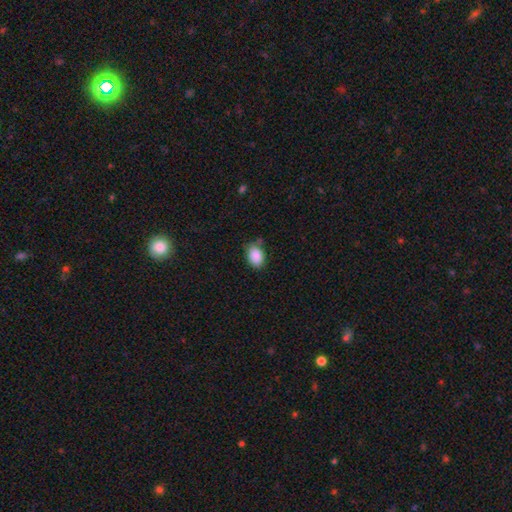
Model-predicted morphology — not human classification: smooth 89%, star or artifact 8%, featured or disk 3%. Down the decision tree: how rounded — in between (83%); merging — none (72%).